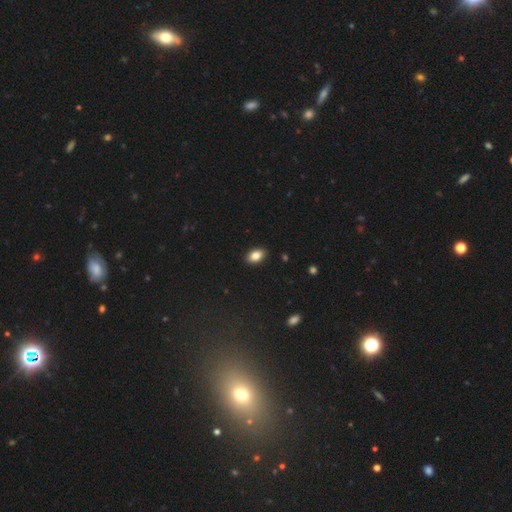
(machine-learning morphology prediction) This is clearly a smooth galaxy (84%). How rounded: clearly in between (91%). Merging: clearly none (89%).